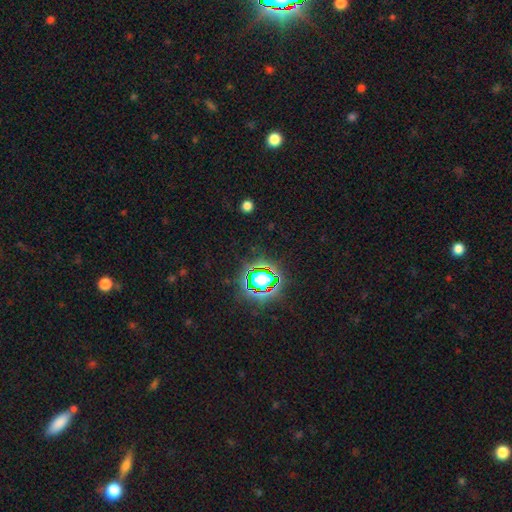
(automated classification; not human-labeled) A star or artifact, not a galaxy (80%).

Vote fractions:
- Smooth or featured? star or artifact: 80% / smooth: 13% / featured or disk: 7%